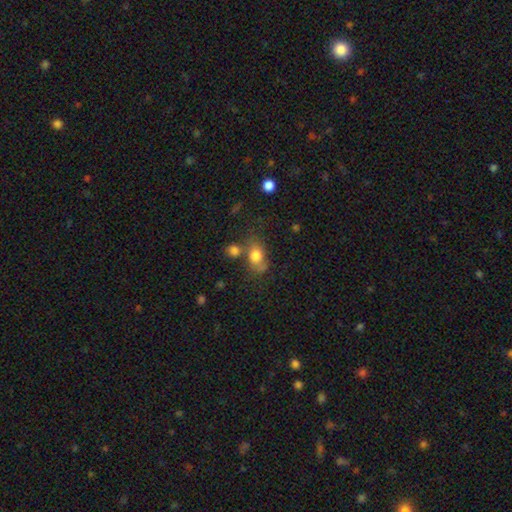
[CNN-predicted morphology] The model was most divided on "merging": none: 49%, merger: 22%, minor disturbance: 20%, major disturbance: 10%. More confident: smooth or featured — smooth (77%); how rounded — in between (66%).